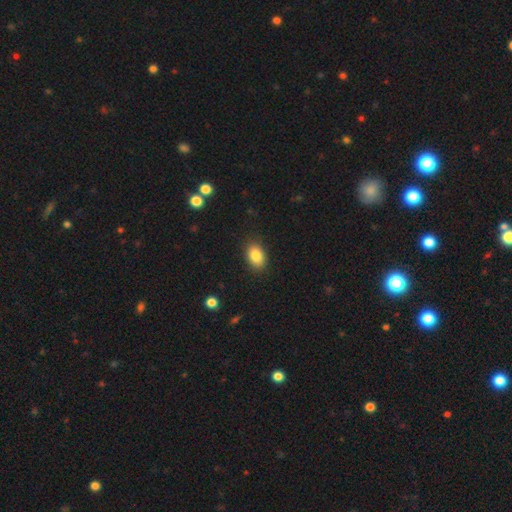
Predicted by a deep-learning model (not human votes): smooth-or-featured: smooth: 86% | star or artifact: 8% | featured or disk: 6%
  how-rounded: in between: 86% | round: 13% | cigar-shaped: 1%
  merging: none: 87% | minor disturbance: 10% | major disturbance: 2% | merger: 1%